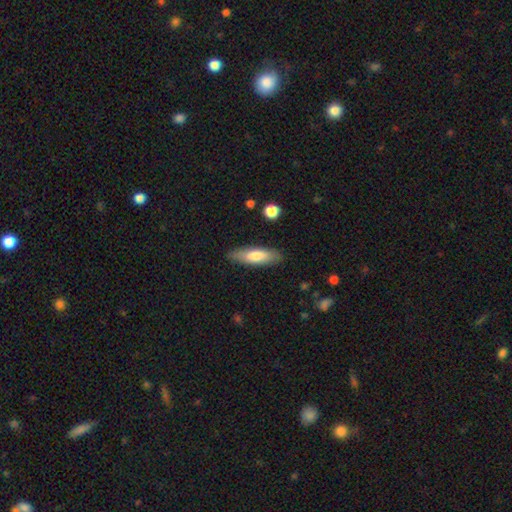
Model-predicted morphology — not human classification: smooth 73%, featured or disk 21%, star or artifact 6%. Down the decision tree: how rounded — cigar-shaped (55%); merging — none (85%).